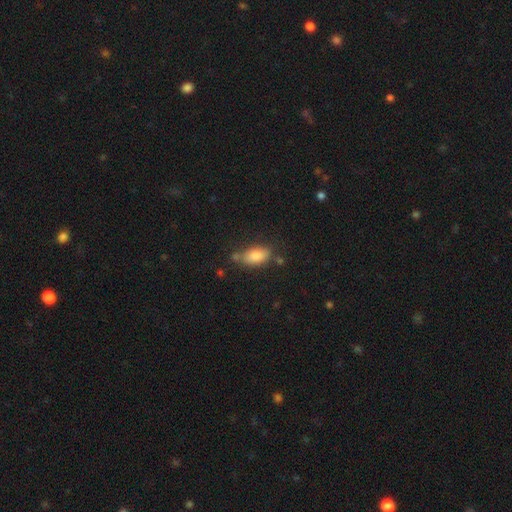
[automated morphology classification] Smooth or featured?
  - smooth: 82% *
  - featured or disk: 10%
  - star or artifact: 8%
How rounded?
  - in between: 89% *
  - cigar-shaped: 6%
  - round: 5%
Merging?
  - none: 66% *
  - minor disturbance: 20%
  - merger: 10%
  - major disturbance: 5%